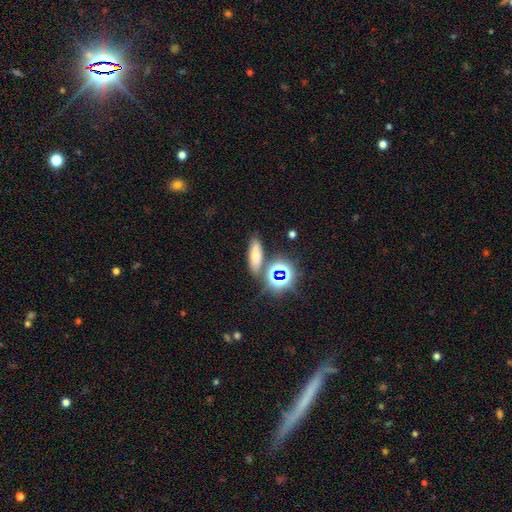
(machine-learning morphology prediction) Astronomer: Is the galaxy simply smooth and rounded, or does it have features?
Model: smooth — 63%.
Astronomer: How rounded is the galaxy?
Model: in between — 53% (runner-up: cigar-shaped, 33%).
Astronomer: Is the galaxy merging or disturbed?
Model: none — 75%.